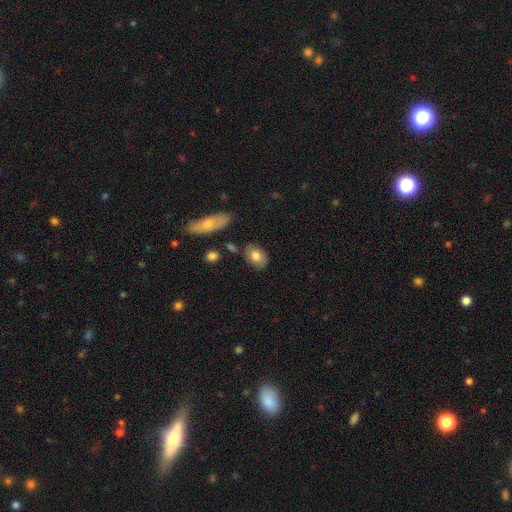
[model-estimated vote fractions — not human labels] Q: Smooth or featured?
A: smooth (75%); runner-up: featured or disk (18%)
Q: How rounded?
A: in between (77%); runner-up: round (21%)
Q: Merging?
A: none (78%); runner-up: minor disturbance (15%)